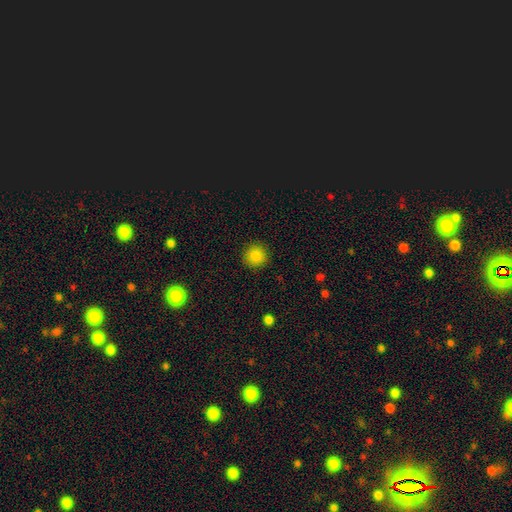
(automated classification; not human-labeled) The model was most divided on "smooth or featured": smooth: 86%, star or artifact: 11%, featured or disk: 3%. More confident: how rounded — round (93%); merging — none (91%).